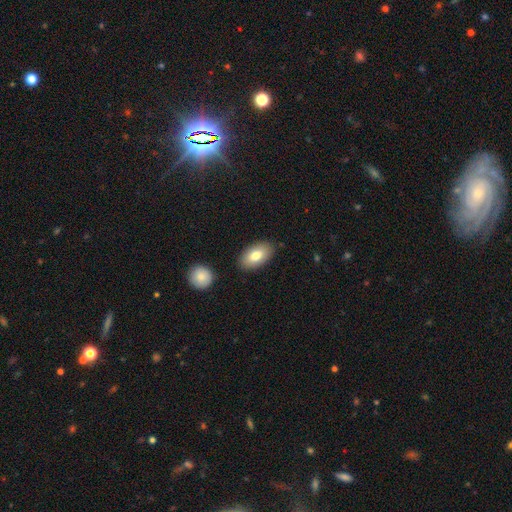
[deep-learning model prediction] Smooth or featured? smooth (79%)
How rounded? in between (93%)
Merging? none (84%)